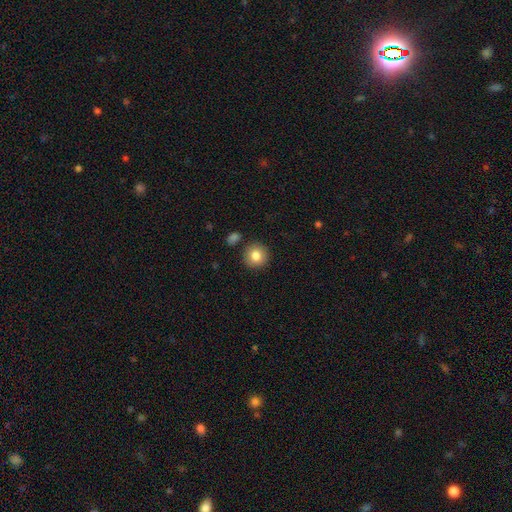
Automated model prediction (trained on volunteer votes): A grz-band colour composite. It shows a smooth galaxy with no disk features (82%) that is round (92%). Merging: none (88%).